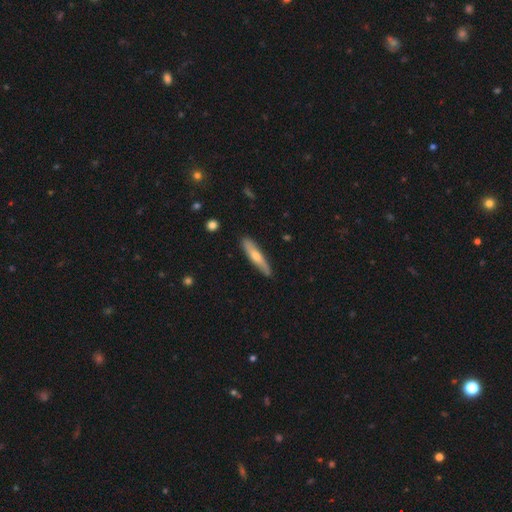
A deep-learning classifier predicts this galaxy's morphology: type=smooth (55%); roundness=cigar-shaped (89%); merging=none (86%).